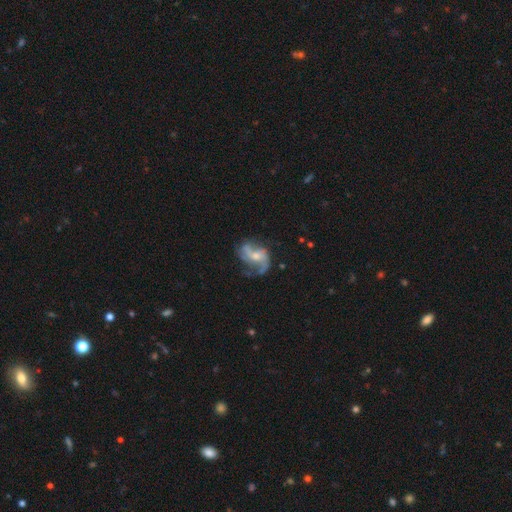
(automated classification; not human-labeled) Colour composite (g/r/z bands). It shows a featured or disk galaxy (75%) with no bar (53%), 2 (62%) loose (56%) spiral arms (86%) and a moderate central bulge (44%). Merging: none (47%).